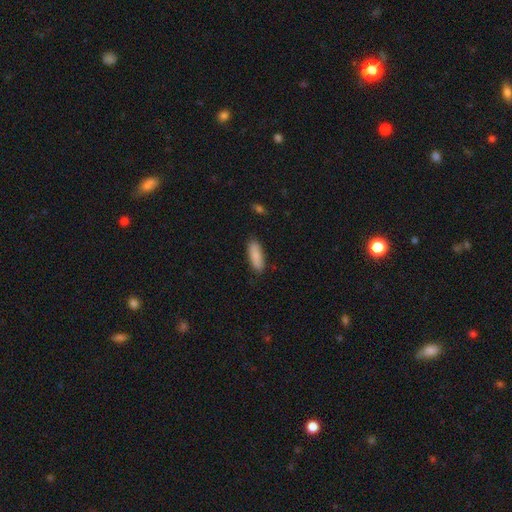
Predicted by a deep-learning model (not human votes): Q: Smooth or featured?
A: smooth (86%); runner-up: featured or disk (8%)
Q: How rounded?
A: in between (64%); runner-up: cigar-shaped (34%)
Q: Merging?
A: none (87%); runner-up: minor disturbance (10%)